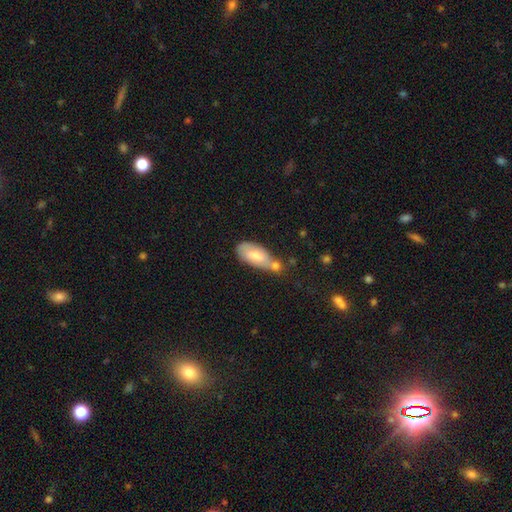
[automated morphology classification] smooth_or_featured: smooth (p=0.68) [alt: featured or disk p=0.25]
how_rounded: in between (p=0.86) [alt: cigar-shaped p=0.11]
merging: merger (p=0.39) [alt: none p=0.33]